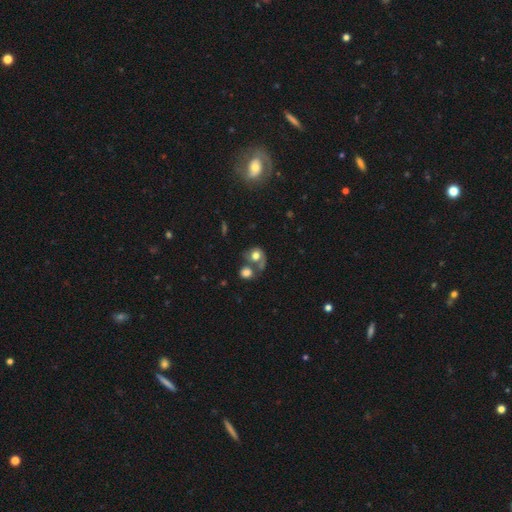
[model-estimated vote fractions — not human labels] Smooth or featured? Predicted: smooth (p=0.60). How rounded? Predicted: round (p=0.66). Merging? Predicted: merger (p=0.54).